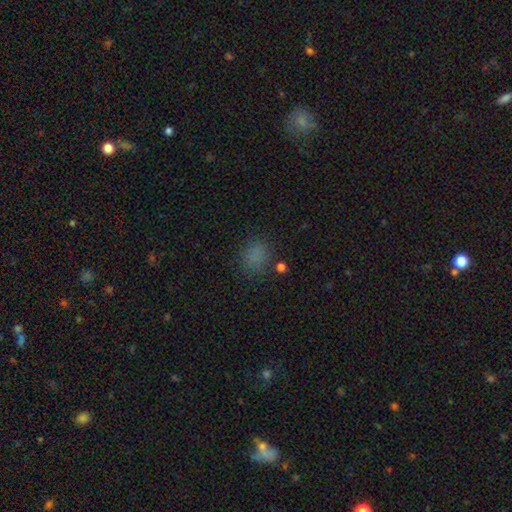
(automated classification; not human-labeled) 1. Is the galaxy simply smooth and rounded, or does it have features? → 75% smooth, 20% star or artifact, 5% featured or disk.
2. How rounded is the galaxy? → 62% round, 36% in between, 1% cigar-shaped.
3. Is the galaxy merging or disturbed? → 77% none, 14% minor disturbance, 5% major disturbance, 4% merger.